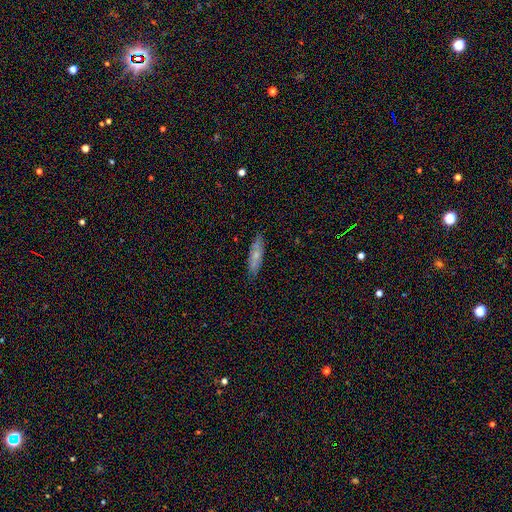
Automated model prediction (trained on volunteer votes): Smooth or featured?
  - smooth: 62% *
  - featured or disk: 30%
  - star or artifact: 8%
How rounded?
  - cigar-shaped: 57% *
  - in between: 41%
  - round: 2%
Merging?
  - none: 84% *
  - minor disturbance: 13%
  - major disturbance: 2%
  - merger: 1%